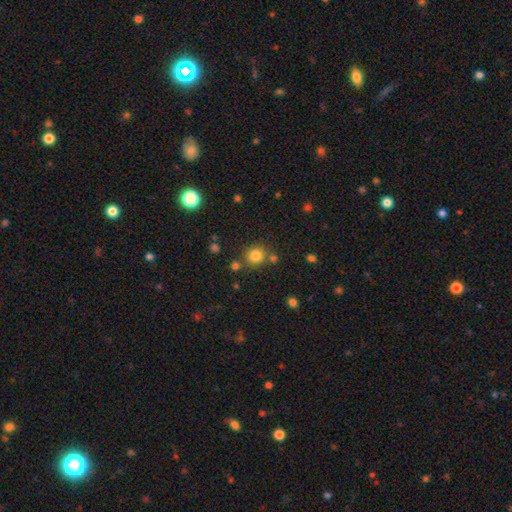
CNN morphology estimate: This appears to be a smooth galaxy with no disk features (81%) that is round (88%). Merging: none (77%).